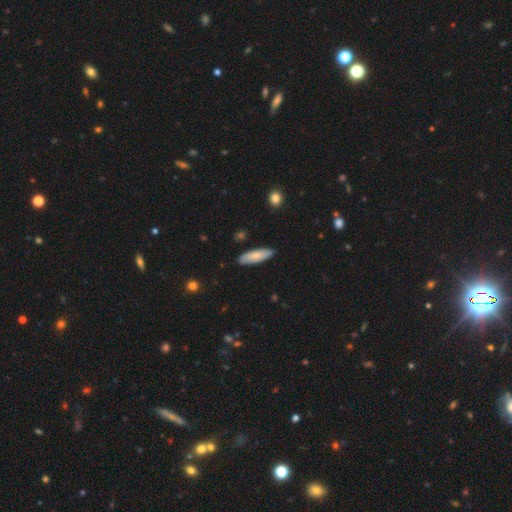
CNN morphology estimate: Smooth or featured: smooth — 77% (featured or disk — 18%)
How rounded: in between — 52% (cigar-shaped — 46%)
Merging: none — 86% (minor disturbance — 11%)